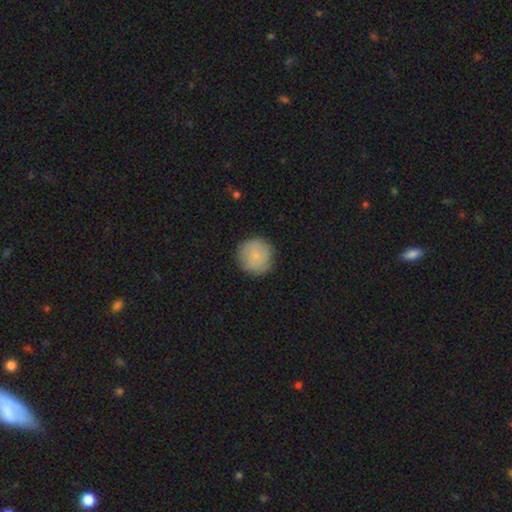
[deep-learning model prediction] A smooth galaxy with no disk features (84%) that is round (95%). Merging: none (88%).